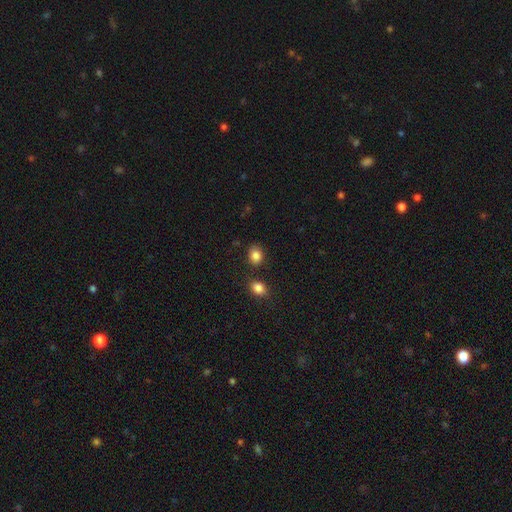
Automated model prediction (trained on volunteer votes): A smooth galaxy with no disk features (85%) that is in between round and cigar-shaped (51%). Merging: none (78%).